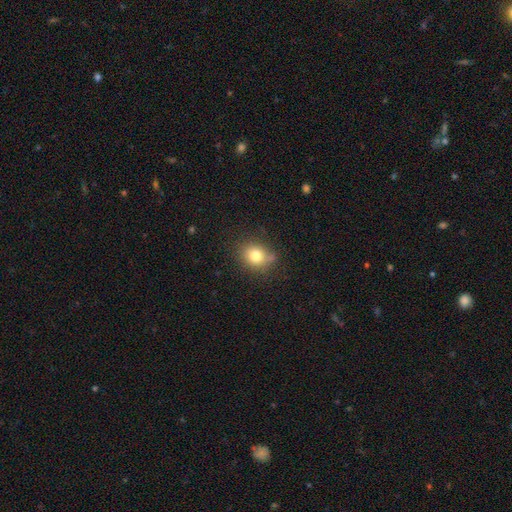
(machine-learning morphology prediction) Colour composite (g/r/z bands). It shows a smooth galaxy with no disk features (78%) that is round (66%). Merging: none (72%).